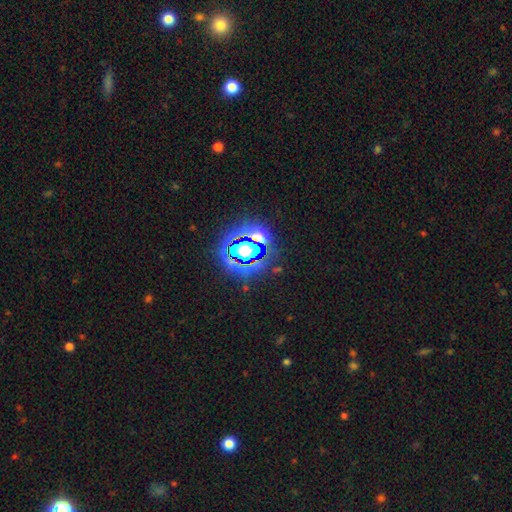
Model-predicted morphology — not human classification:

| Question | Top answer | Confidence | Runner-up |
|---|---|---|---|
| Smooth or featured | star or artifact | 83% | smooth (11%) |